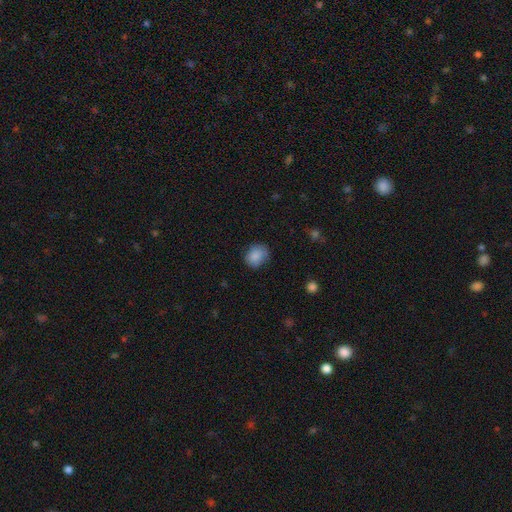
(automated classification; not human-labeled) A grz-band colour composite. It shows a smooth galaxy with no disk features (86%) that is round (59%). Merging: none (72%).